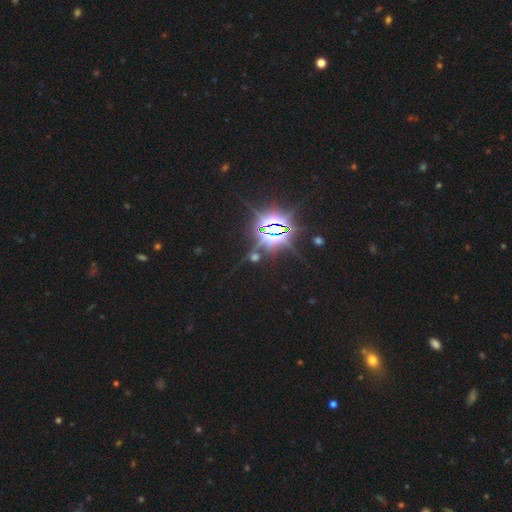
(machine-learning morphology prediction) Overall: star or artifact (84%).